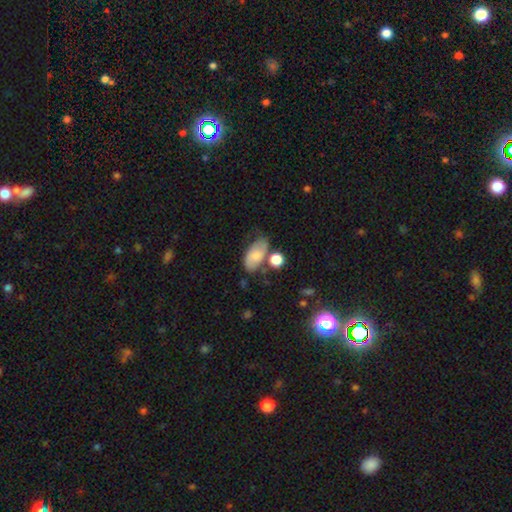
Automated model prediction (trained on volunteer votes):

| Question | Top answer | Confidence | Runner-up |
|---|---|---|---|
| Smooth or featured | smooth | 72% | featured or disk (21%) |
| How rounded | in between | 90% | round (8%) |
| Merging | none | 51% | minor disturbance (24%) |